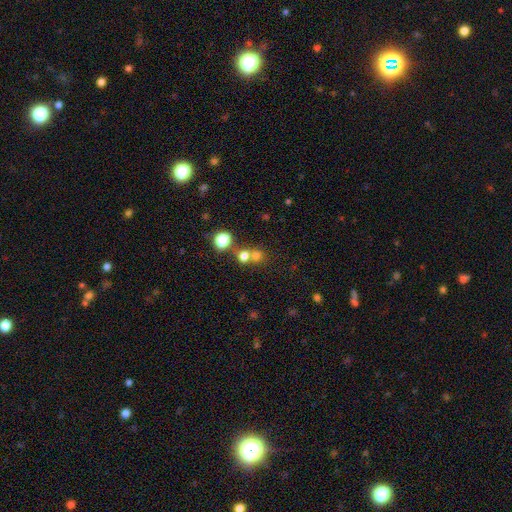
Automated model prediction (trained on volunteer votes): Q: Smooth or featured?
A: smooth (72%); runner-up: star or artifact (19%)
Q: How rounded?
A: round (84%); runner-up: in between (15%)
Q: Merging?
A: none (50%); runner-up: merger (40%)